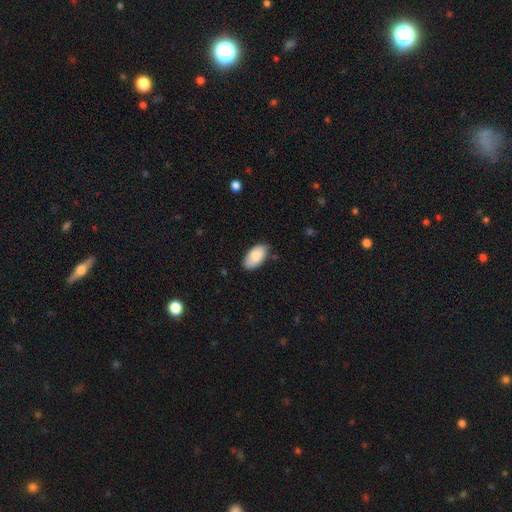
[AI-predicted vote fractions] Smooth or featured? Predicted: smooth (p=0.82). How rounded? Predicted: in between (p=0.95). Merging? Predicted: none (p=0.79).